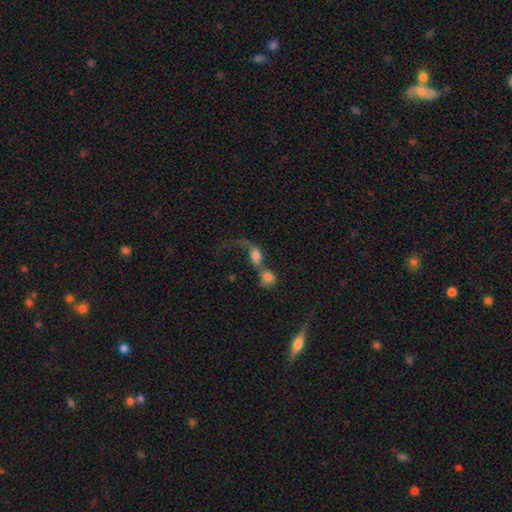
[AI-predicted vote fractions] smooth-or-featured: smooth: 61% | featured or disk: 27% | star or artifact: 12%
  how-rounded: in between: 58% | round: 36% | cigar-shaped: 6%
  merging: merger: 74% | major disturbance: 12% | none: 10% | minor disturbance: 5%